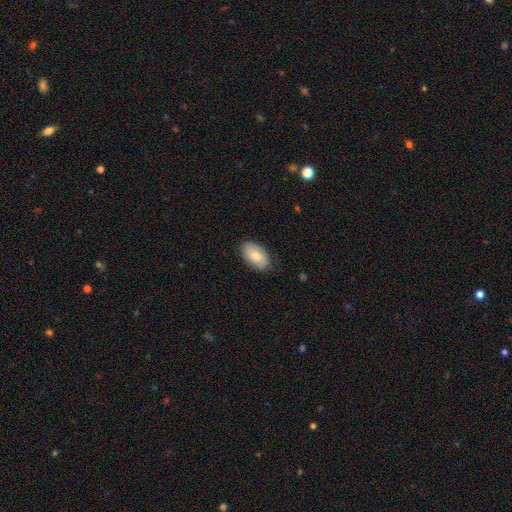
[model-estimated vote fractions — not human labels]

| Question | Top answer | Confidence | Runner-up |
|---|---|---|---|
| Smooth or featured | smooth | 77% | featured or disk (17%) |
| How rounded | in between | 94% | round (5%) |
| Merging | none | 84% | minor disturbance (13%) |